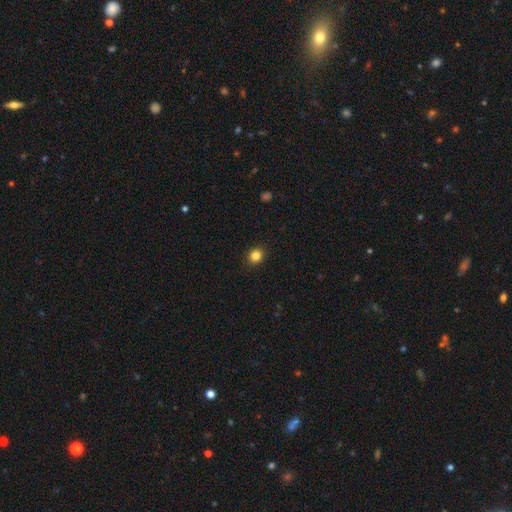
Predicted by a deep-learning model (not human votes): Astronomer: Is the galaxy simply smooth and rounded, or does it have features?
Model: smooth — 84%.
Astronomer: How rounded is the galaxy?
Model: round — 81%.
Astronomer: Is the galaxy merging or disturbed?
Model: none — 91%.